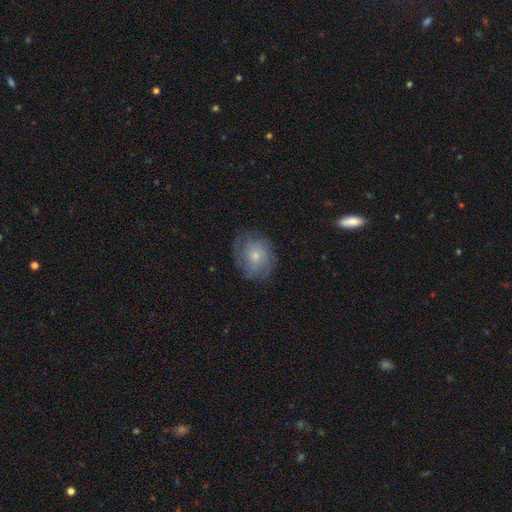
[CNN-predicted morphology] This appears to be a smooth galaxy with no disk features (48%). Merging: none (74%).